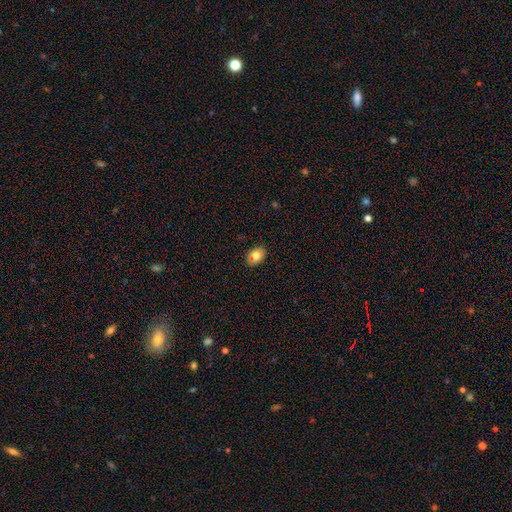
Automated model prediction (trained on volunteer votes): Morphology: type=smooth (78%); roundness=in between (78%); merging=none (77%).